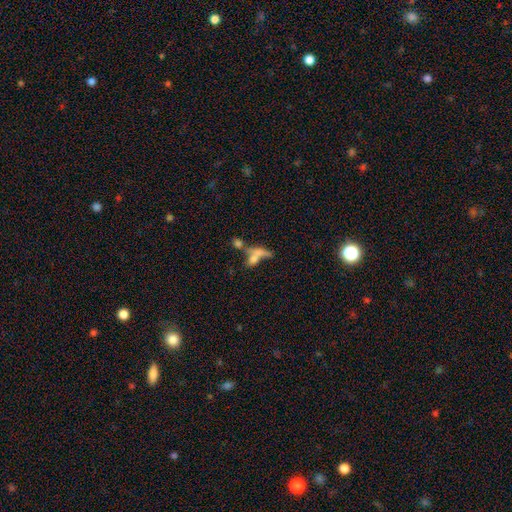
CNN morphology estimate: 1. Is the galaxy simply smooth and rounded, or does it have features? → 56% smooth, 30% featured or disk, 14% star or artifact.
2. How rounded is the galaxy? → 49% in between, 39% cigar-shaped, 12% round.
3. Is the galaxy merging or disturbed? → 49% merger, 26% none, 15% major disturbance, 11% minor disturbance.